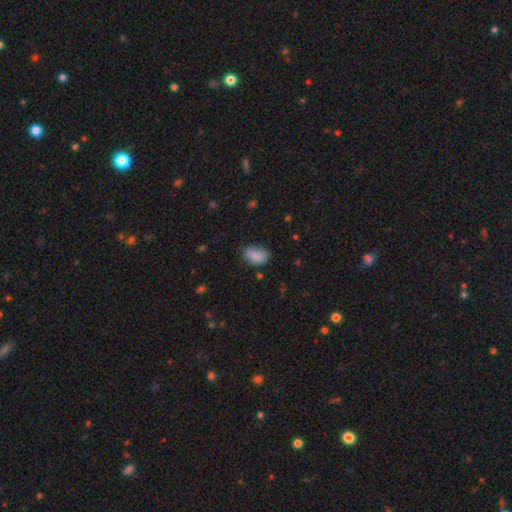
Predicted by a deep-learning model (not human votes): smooth 84%, star or artifact 8%, featured or disk 7%. Down the decision tree: how rounded — in between (86%); merging — none (62%).